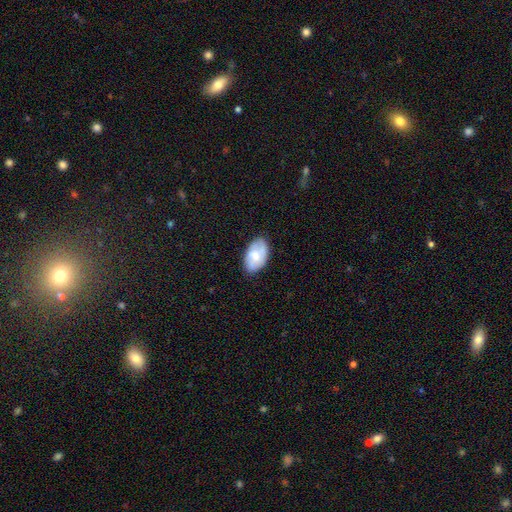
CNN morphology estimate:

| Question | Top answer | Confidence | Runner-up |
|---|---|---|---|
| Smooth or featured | smooth | 61% | featured or disk (32%) |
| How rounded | in between | 93% | round (6%) |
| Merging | none | 76% | minor disturbance (19%) |